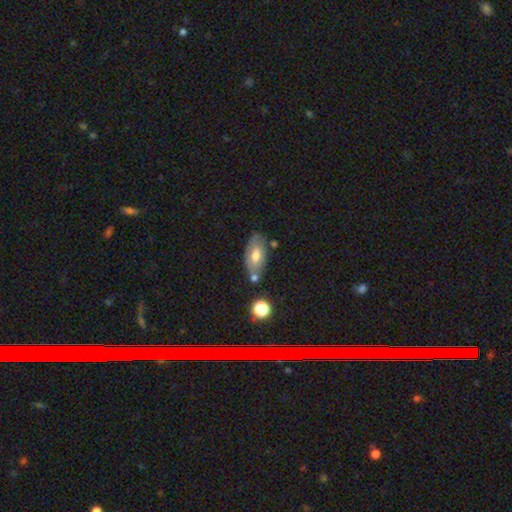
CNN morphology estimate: A smooth galaxy with no disk features (60%) that is in between round and cigar-shaped (90%).

Vote fractions:
- Smooth or featured? smooth: 60% / featured or disk: 33% / star or artifact: 8%
- How rounded? in between: 90% / cigar-shaped: 6% / round: 4%
- Merging? none: 64% / minor disturbance: 19% / merger: 12% / major disturbance: 5%